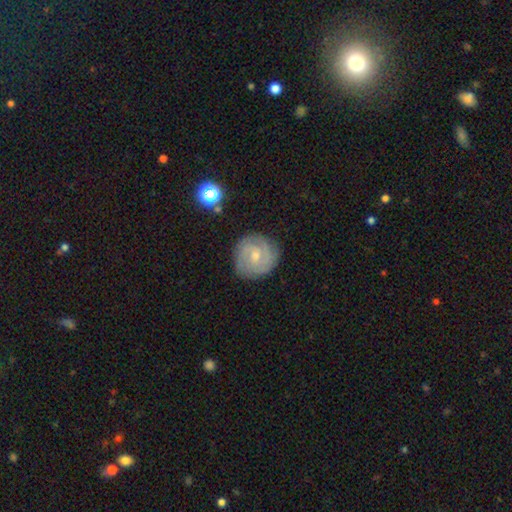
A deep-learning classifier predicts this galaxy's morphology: This is likely a featured or disk galaxy (72%). It is clearly not viewed edge-on (98%). Bar: possibly no (55%). Spiral arm pattern: clearly yes (93%). Spiral arm count: marginally 2 (41%). Spiral winding: likely tight (67%). Central bulge: possibly small (53%). Merging: clearly none (82%).